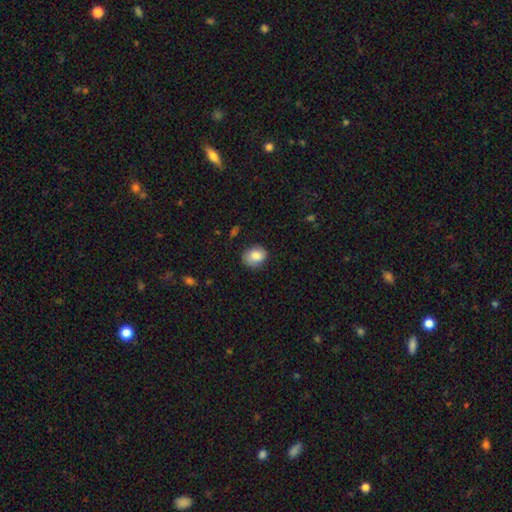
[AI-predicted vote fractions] Smooth or featured: smooth — 82% (featured or disk — 10%)
How rounded: round — 60% (in between — 39%)
Merging: none — 79% (minor disturbance — 16%)